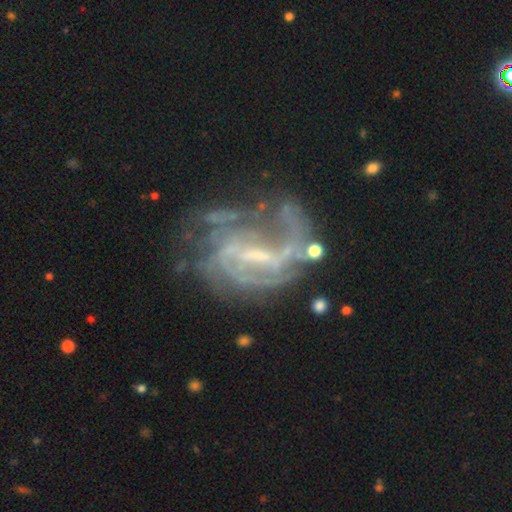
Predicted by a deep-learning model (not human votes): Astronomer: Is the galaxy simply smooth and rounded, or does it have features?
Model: featured or disk — 83%.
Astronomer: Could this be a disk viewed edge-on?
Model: no — 97%.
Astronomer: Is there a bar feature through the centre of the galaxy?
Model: weak — 49% (runner-up: strong, 32%).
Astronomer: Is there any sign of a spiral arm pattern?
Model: yes — 84%.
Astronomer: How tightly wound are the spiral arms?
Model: medium — 42% (runner-up: tight, 37%).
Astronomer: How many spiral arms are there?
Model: can't tell — 40% (runner-up: 2, 21%).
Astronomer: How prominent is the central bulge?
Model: small — 47% (runner-up: none, 27%).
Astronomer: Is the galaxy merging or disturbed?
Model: none — 46% (runner-up: major disturbance, 28%).